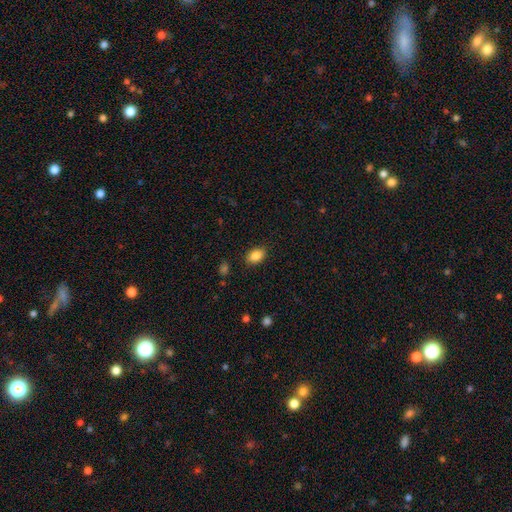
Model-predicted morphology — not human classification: Overall: smooth (85%). How rounded: in between (83%). Merging: none (87%).